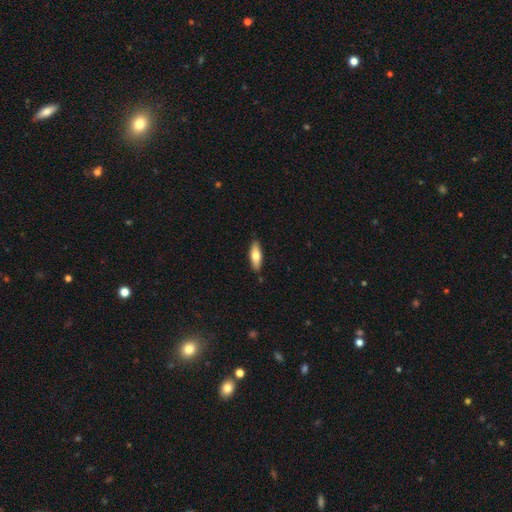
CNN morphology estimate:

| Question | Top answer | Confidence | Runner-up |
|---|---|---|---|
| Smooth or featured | smooth | 70% | featured or disk (24%) |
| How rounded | in between | 60% | cigar-shaped (38%) |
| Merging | none | 87% | minor disturbance (10%) |